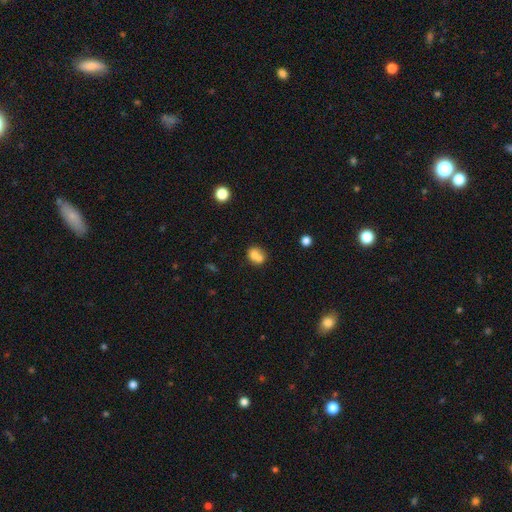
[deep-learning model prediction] Overall: smooth (72%). How rounded: round (60%; in between 39%). Merging: merger (56%; none 31%).